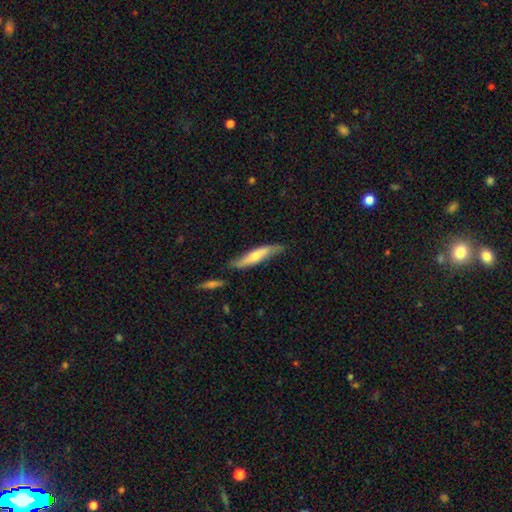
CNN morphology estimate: This is possibly a smooth galaxy (51%). How rounded: clearly cigar-shaped (83%). Merging: likely none (72%).